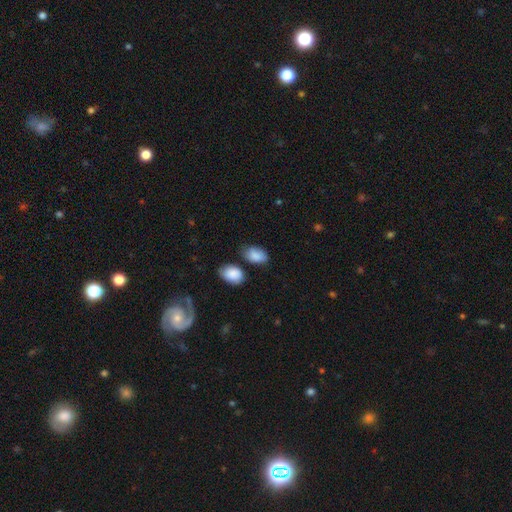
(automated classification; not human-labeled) This appears to be a smooth galaxy with no disk features (86%) that is in between round and cigar-shaped (89%). Merging: none (61%).